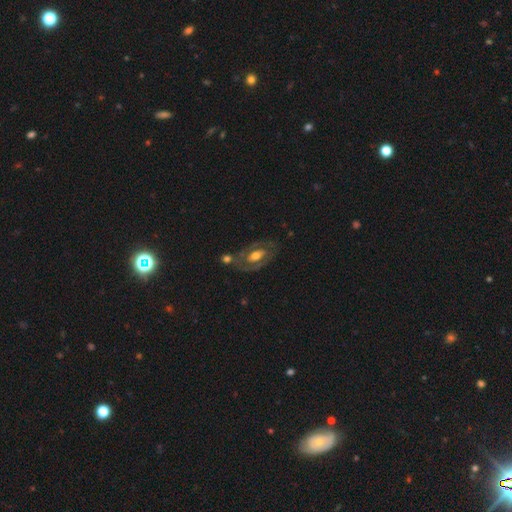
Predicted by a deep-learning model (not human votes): Smooth or featured? Predicted: featured or disk (p=0.67). Edge-on disk? Predicted: no (p=0.92). Bar? Predicted: no (p=0.55). Spiral arms? Predicted: yes (p=0.59). Bulge size? Predicted: moderate (p=0.63). Merging? Predicted: none (p=0.61).